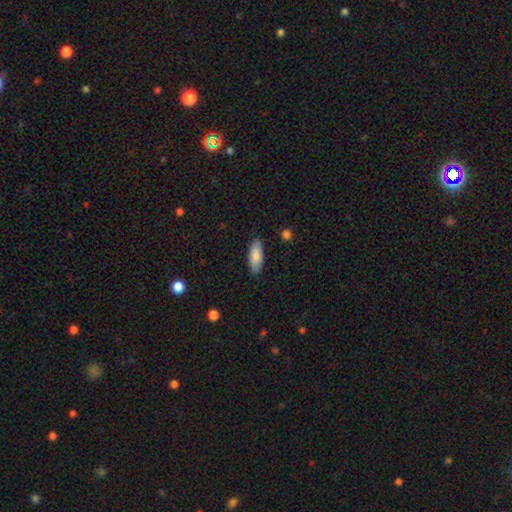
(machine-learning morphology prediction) Overall: smooth (86%). How rounded: in between (77%). Merging: none (87%).